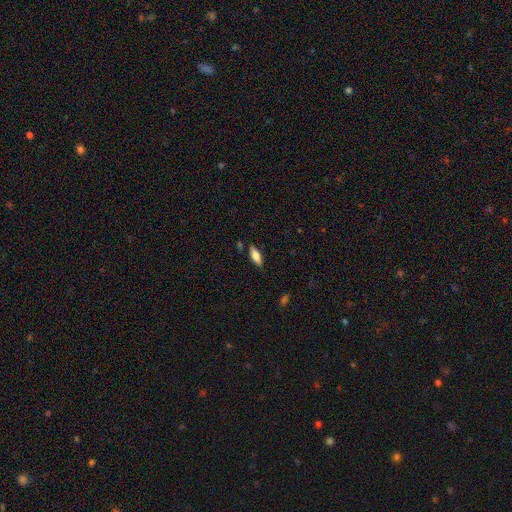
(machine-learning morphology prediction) A smooth galaxy with no disk features (68%) that is in between round and cigar-shaped (70%). Merging: none (84%).